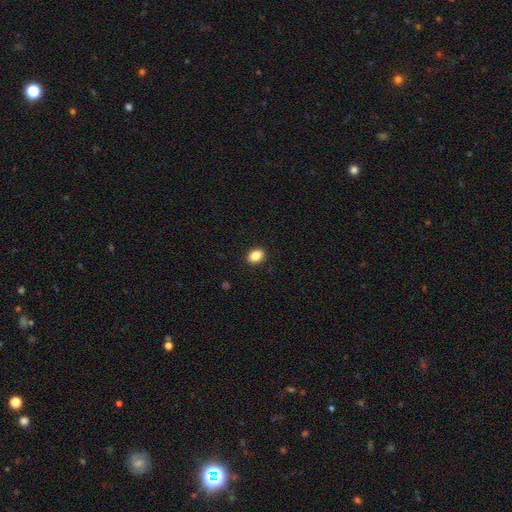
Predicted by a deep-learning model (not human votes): This appears to be a smooth galaxy with no disk features (86%) that is in between round and cigar-shaped (74%). Merging: none (90%).